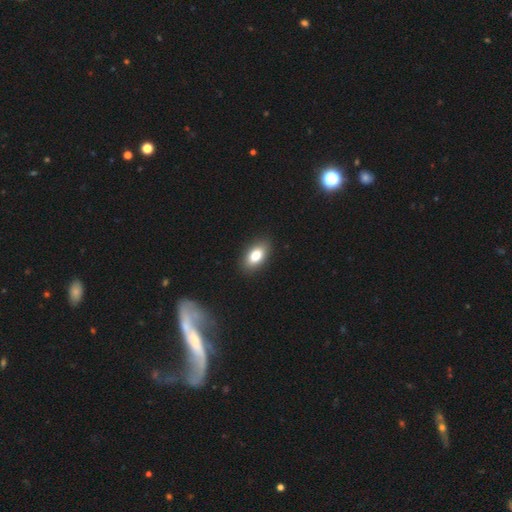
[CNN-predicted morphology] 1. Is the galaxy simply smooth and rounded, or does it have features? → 81% smooth, 11% featured or disk, 8% star or artifact.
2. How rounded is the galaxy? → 90% in between, 7% round, 3% cigar-shaped.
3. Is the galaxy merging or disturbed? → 89% none, 8% minor disturbance, 2% major disturbance, 1% merger.